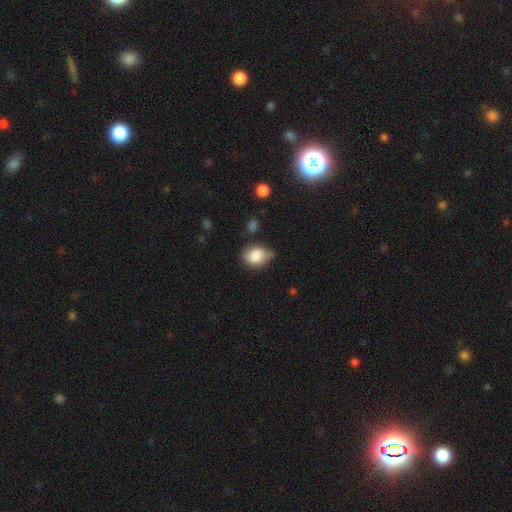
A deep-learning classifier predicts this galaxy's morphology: The model was most divided on "how rounded": in between: 59%, round: 40%, cigar-shaped: 1%. More confident: smooth or featured — smooth (82%); merging — none (54%).